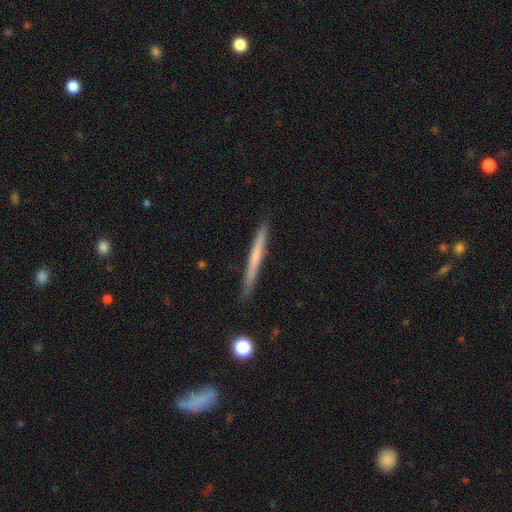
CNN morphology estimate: Q: Smooth or featured?
A: smooth (51%); runner-up: featured or disk (42%)
Q: How rounded?
A: cigar-shaped (97%); runner-up: in between (2%)
Q: Merging?
A: none (90%); runner-up: minor disturbance (8%)